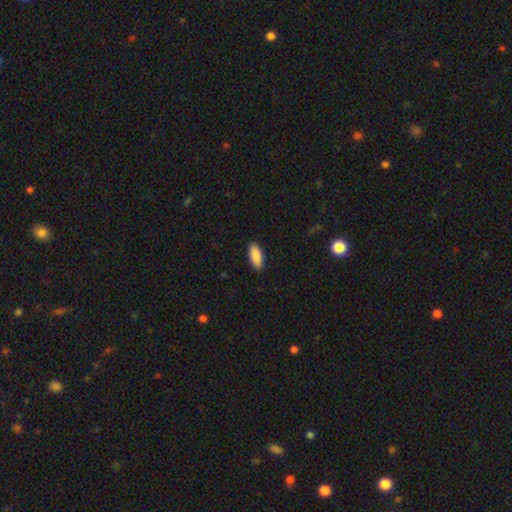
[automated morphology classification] Smooth or featured: smooth — 90% (star or artifact — 6%)
How rounded: in between — 81% (cigar-shaped — 17%)
Merging: none — 89% (minor disturbance — 8%)